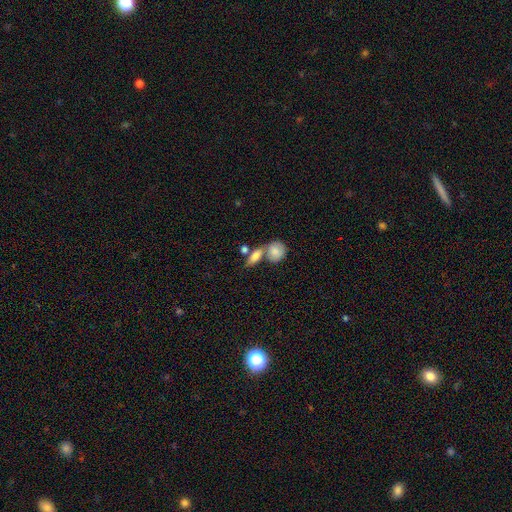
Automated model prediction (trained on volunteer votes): Smooth or featured: smooth — 78% (featured or disk — 15%)
How rounded: in between — 69% (round — 16%)
Merging: merger — 44% (none — 41%)